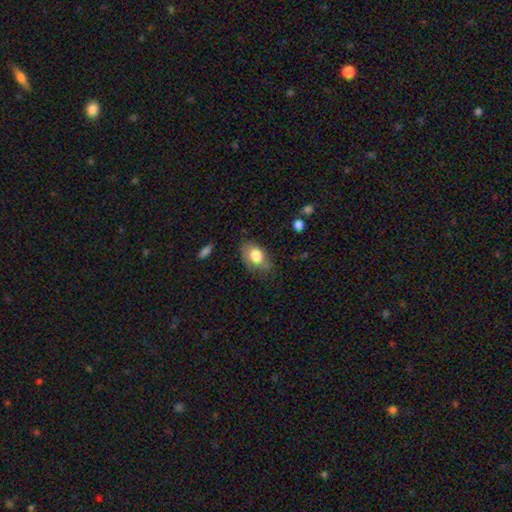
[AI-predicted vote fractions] A smooth galaxy with no disk features (76%) that is in between round and cigar-shaped (86%). Merging: none (60%).